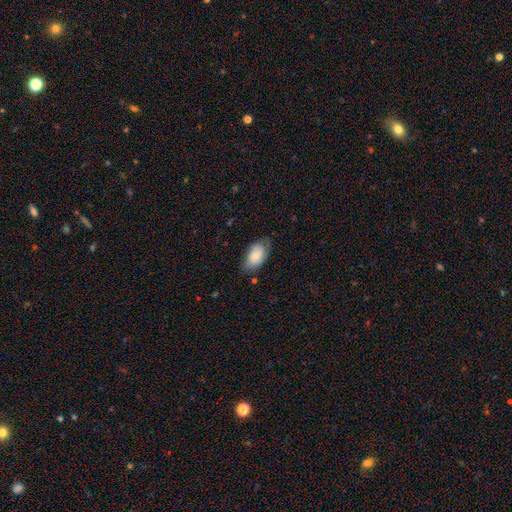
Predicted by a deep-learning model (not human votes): This is likely a smooth galaxy (70%). How rounded: clearly in between (92%). Merging: likely none (61%).